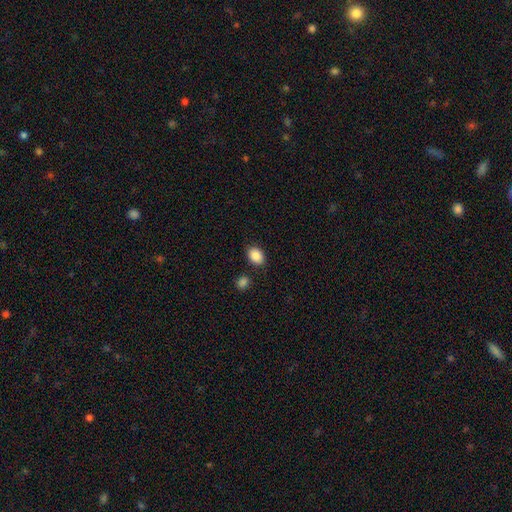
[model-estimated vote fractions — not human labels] Smooth or featured?
  - smooth: 88% *
  - star or artifact: 8%
  - featured or disk: 4%
How rounded?
  - in between: 72% *
  - round: 27%
  - cigar-shaped: 1%
Merging?
  - none: 83% *
  - minor disturbance: 10%
  - merger: 4%
  - major disturbance: 3%